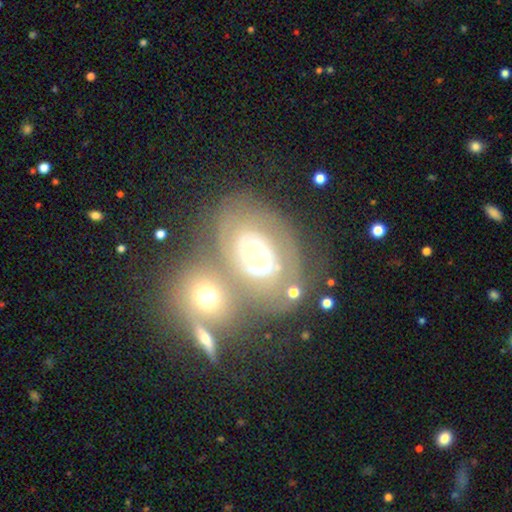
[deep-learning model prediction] Smooth or featured? featured or disk (74%)
Edge-on disk? no (96%)
Bar? no (85%)
Spiral arms? yes (60%)
Bulge size? moderate (53%)
Merging? none (43%)